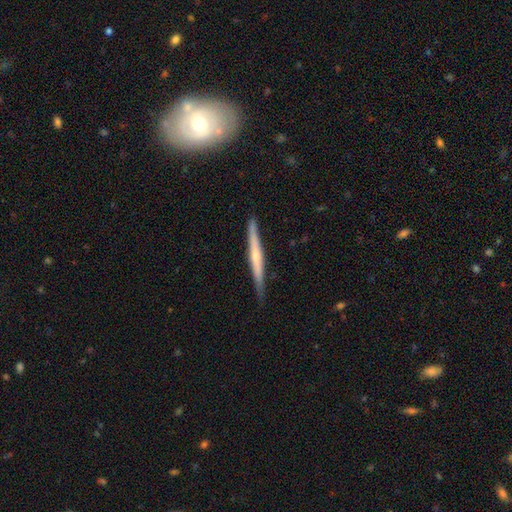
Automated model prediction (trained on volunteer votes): smooth-or-featured: featured or disk: 61% | smooth: 33% | star or artifact: 5%
  disk-edge-on: yes: 97% | no: 3%
    edge-on-bulge: rounded: 54% | none: 39% | boxy: 6%
  merging: none: 86% | minor disturbance: 11% | major disturbance: 2% | merger: 1%